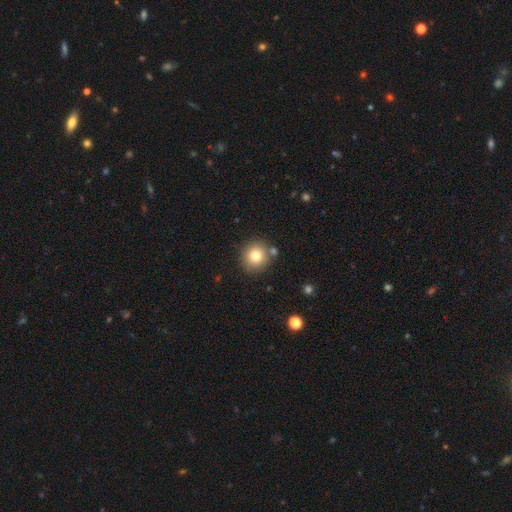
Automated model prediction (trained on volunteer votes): Smooth or featured?
  - smooth: 79% *
  - star or artifact: 12%
  - featured or disk: 10%
How rounded?
  - round: 92% *
  - in between: 8%
  - cigar-shaped: 1%
Merging?
  - none: 78% *
  - merger: 10%
  - minor disturbance: 9%
  - major disturbance: 3%